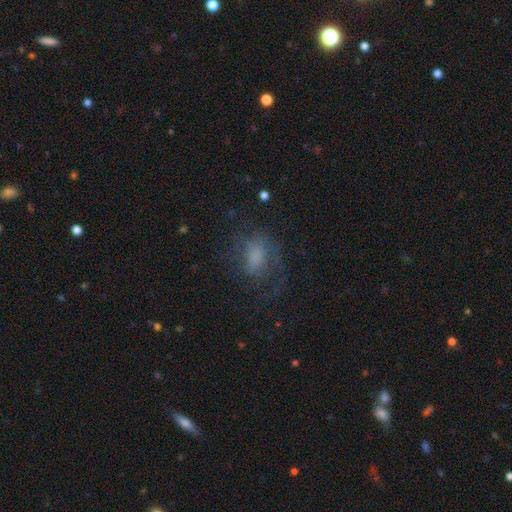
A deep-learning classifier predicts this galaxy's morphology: This appears to be a featured or disk galaxy (45%). Merging: none (49%).